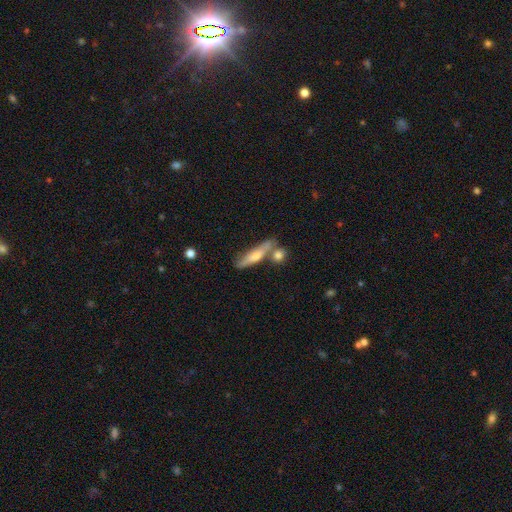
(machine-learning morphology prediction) This appears to be a smooth galaxy with no disk features (49%). Merging: none (61%).